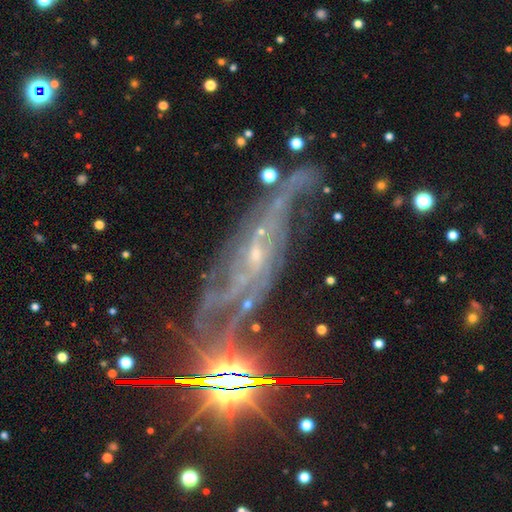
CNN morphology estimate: Smooth or featured? Predicted: featured or disk (p=0.74). Edge-on disk? Predicted: no (p=0.72). Bar? Predicted: no (p=0.53). Spiral arms? Predicted: yes (p=0.86). Bulge size? Predicted: small (p=0.76). Merging? Predicted: none (p=0.49).